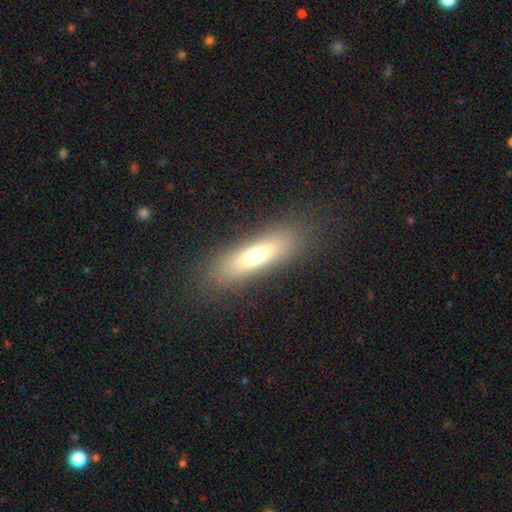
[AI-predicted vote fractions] Smooth or featured: smooth — 65% (featured or disk — 25%)
How rounded: cigar-shaped — 56% (in between — 41%)
Merging: none — 85% (minor disturbance — 9%)